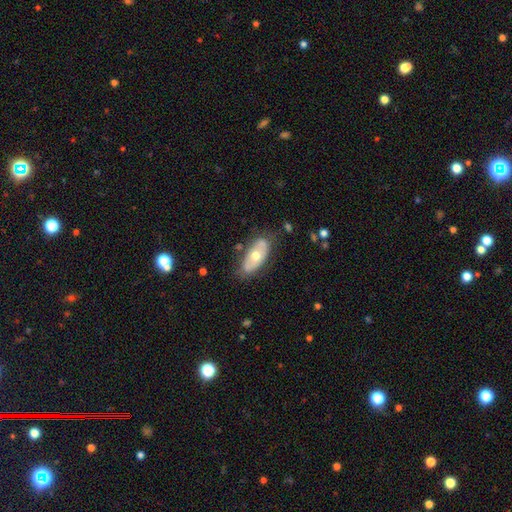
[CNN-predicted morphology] A featured or disk galaxy (48%). Merging: none (75%).